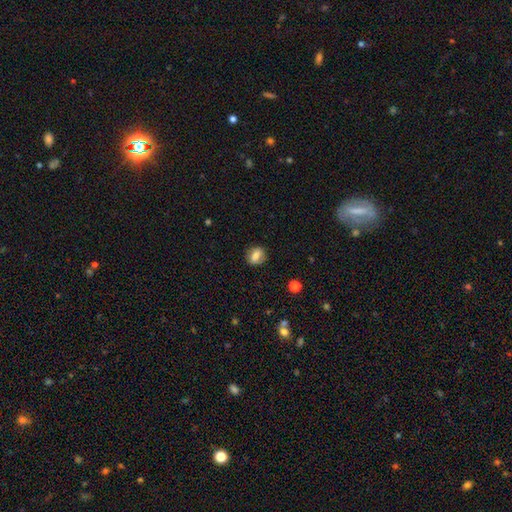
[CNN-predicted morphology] This appears to be a smooth galaxy with no disk features (73%) that is in between round and cigar-shaped (49%). Merging: none (84%).